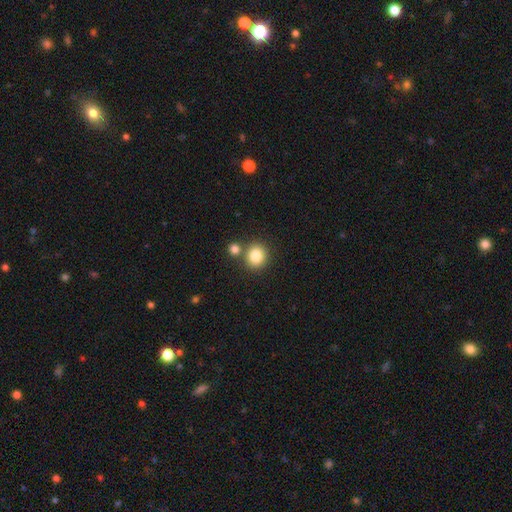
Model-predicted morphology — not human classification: smooth_or_featured: smooth (p=0.84) [alt: star or artifact p=0.10]
how_rounded: round (p=0.83) [alt: in between p=0.16]
merging: none (p=0.72) [alt: merger p=0.18]